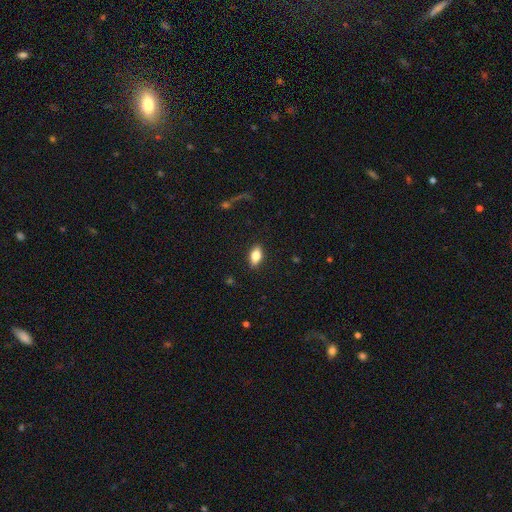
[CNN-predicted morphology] Smooth or featured? smooth (75%)
How rounded? in between (86%)
Merging? none (88%)